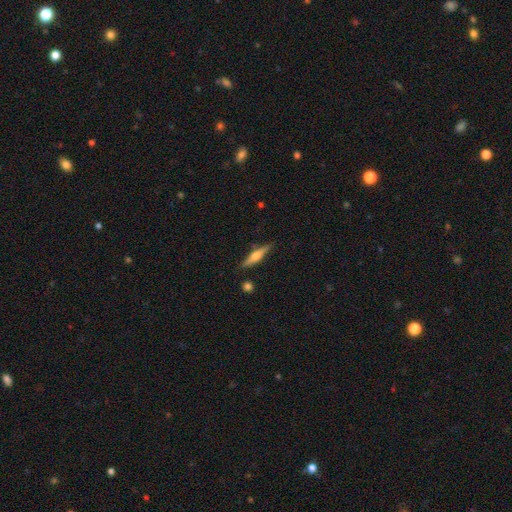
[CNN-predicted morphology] Overall: featured or disk (60%; smooth 34%). Edge-on disk: yes (96%). Edge-on bulge: rounded (88%). Merging: none (86%).